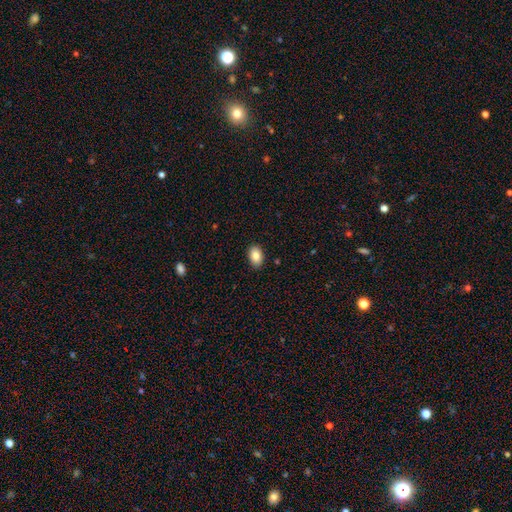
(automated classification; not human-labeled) Smooth or featured?
  - smooth: 85% *
  - featured or disk: 7%
  - star or artifact: 7%
How rounded?
  - in between: 89% *
  - round: 10%
  - cigar-shaped: 1%
Merging?
  - none: 88% *
  - minor disturbance: 9%
  - major disturbance: 2%
  - merger: 1%